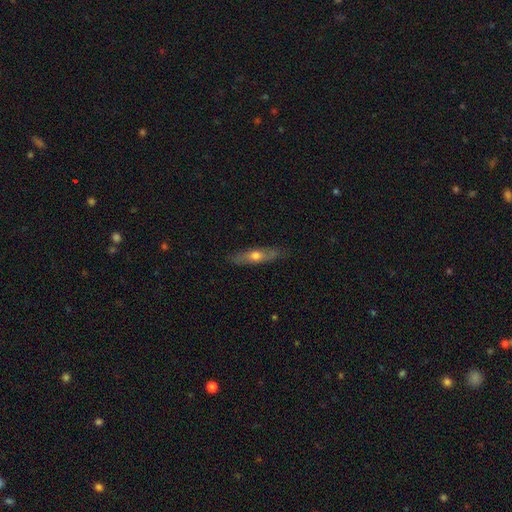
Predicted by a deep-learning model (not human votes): A smooth galaxy with no disk features (52%) that is cigar-shaped (68%). Merging: none (83%).